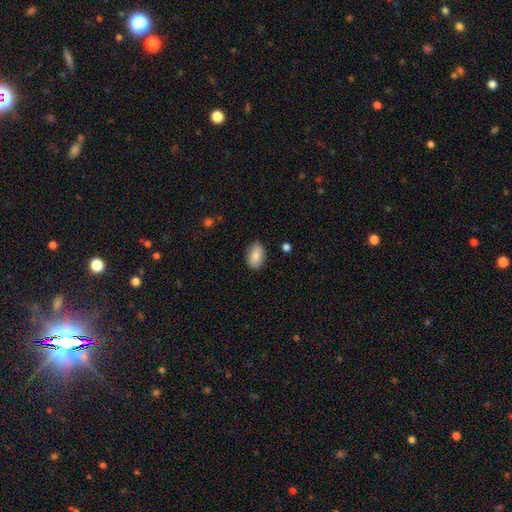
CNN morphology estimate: Overall: smooth (85%). How rounded: in between (91%). Merging: none (86%).